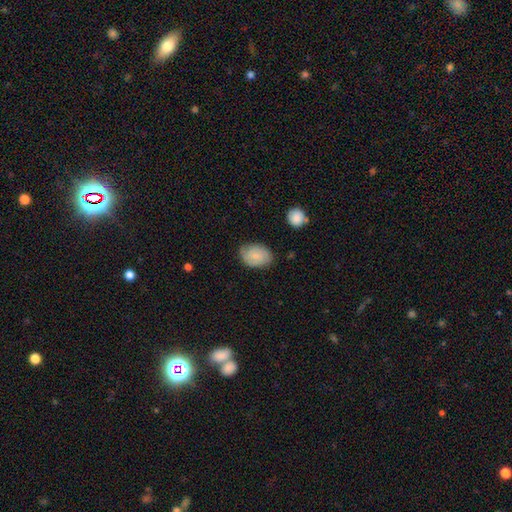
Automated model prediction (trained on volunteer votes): Smooth or featured? smooth (64%)
How rounded? in between (77%)
Merging? none (71%)